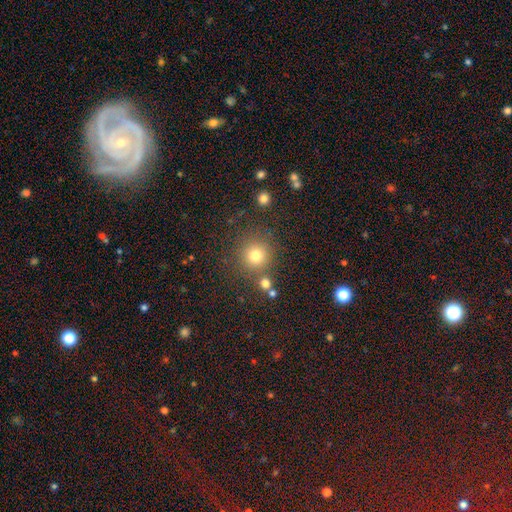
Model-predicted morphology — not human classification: smooth-or-featured: smooth: 77% | star or artifact: 16% | featured or disk: 7%
  how-rounded: round: 93% | in between: 6% | cigar-shaped: 1%
  merging: none: 80% | minor disturbance: 9% | merger: 8% | major disturbance: 4%